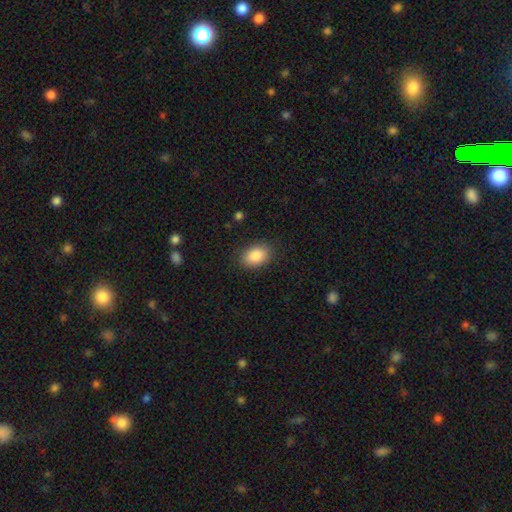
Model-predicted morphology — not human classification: smooth_or_featured: smooth (p=0.88) [alt: star or artifact p=0.07]
how_rounded: in between (p=0.85) [alt: round p=0.14]
merging: none (p=0.86) [alt: minor disturbance p=0.10]